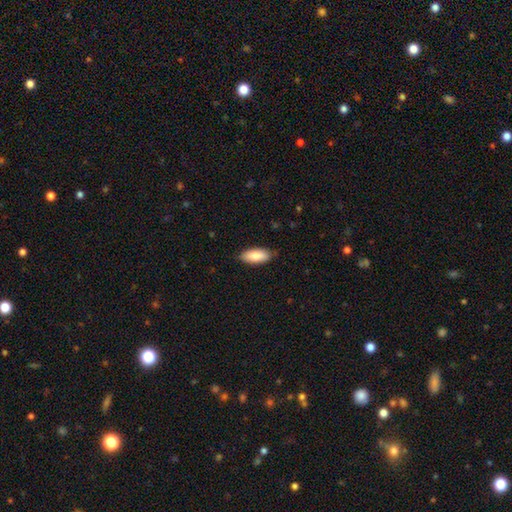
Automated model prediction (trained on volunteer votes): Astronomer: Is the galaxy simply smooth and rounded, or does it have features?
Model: smooth — 84%.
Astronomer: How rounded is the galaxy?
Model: in between — 85%.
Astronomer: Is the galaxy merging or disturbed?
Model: none — 83%.